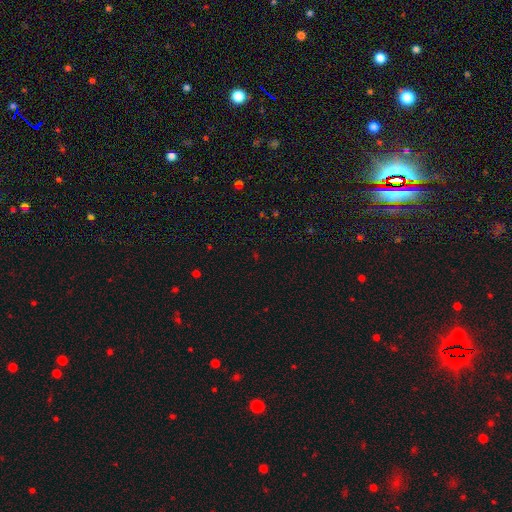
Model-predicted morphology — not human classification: A star or artifact, not a galaxy (66%).